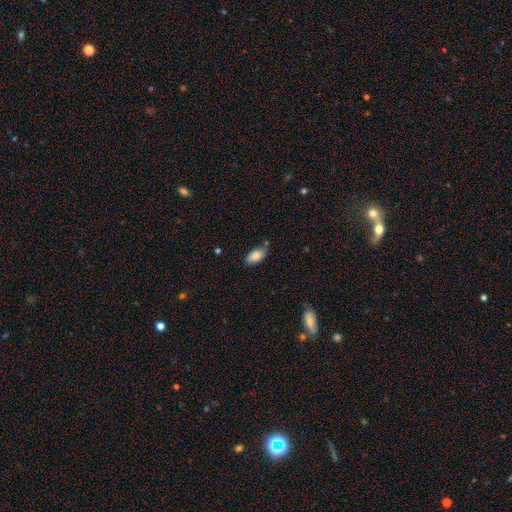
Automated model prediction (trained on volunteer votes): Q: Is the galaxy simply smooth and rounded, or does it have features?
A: smooth — 83%.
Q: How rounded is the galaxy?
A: in between — 92%.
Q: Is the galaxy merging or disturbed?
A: none — 68%.